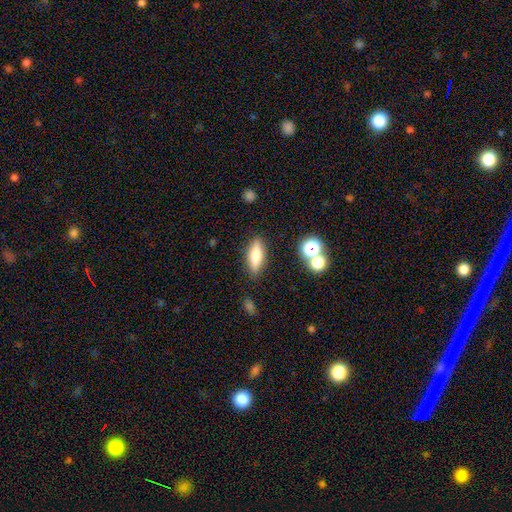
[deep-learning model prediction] This is likely a smooth galaxy (68%). How rounded: possibly in between (53%). Merging: clearly none (85%).